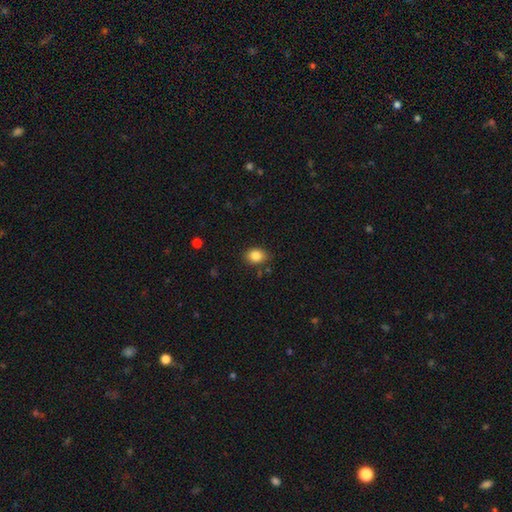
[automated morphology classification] Smooth or featured? smooth (85%)
How rounded? in between (65%)
Merging? none (82%)